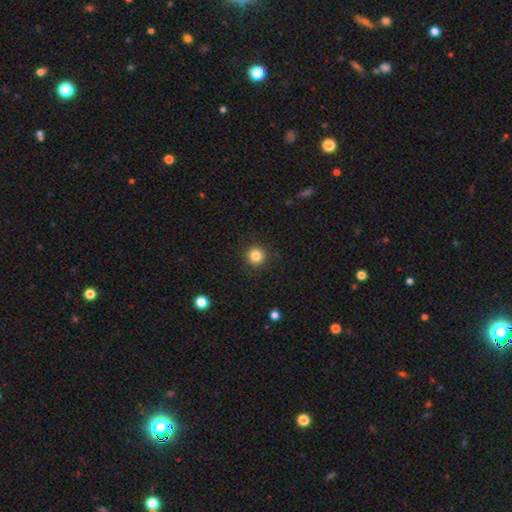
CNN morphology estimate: Smooth or featured: smooth — 84% (star or artifact — 11%)
How rounded: round — 95% (in between — 4%)
Merging: none — 91% (minor disturbance — 6%)